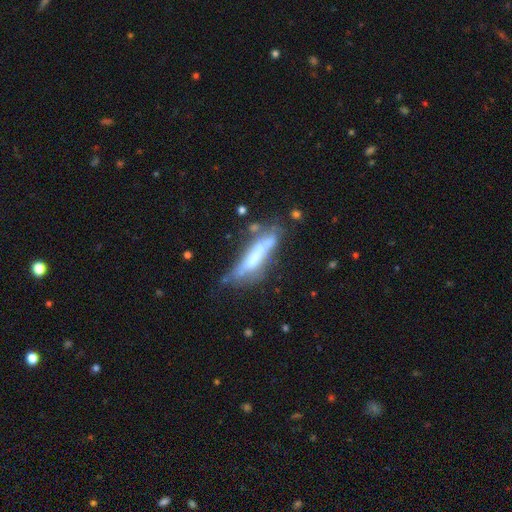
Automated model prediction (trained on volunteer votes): smooth_or_featured: featured or disk (p=0.50) [alt: smooth p=0.42]
merging: none (p=0.44) [alt: minor disturbance p=0.26]